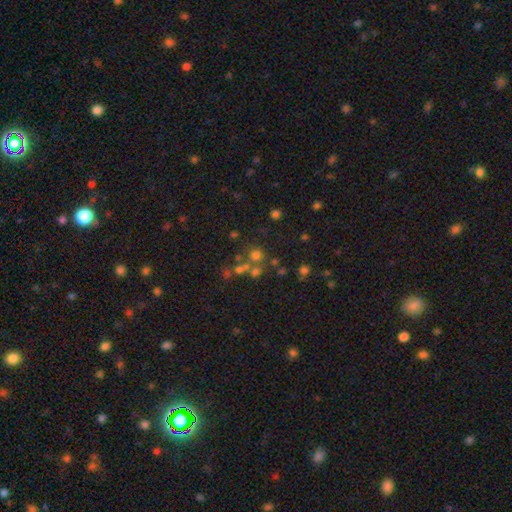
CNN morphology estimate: This is possibly a smooth galaxy (58%). How rounded: clearly round (88%). Merging: possibly none (58%).